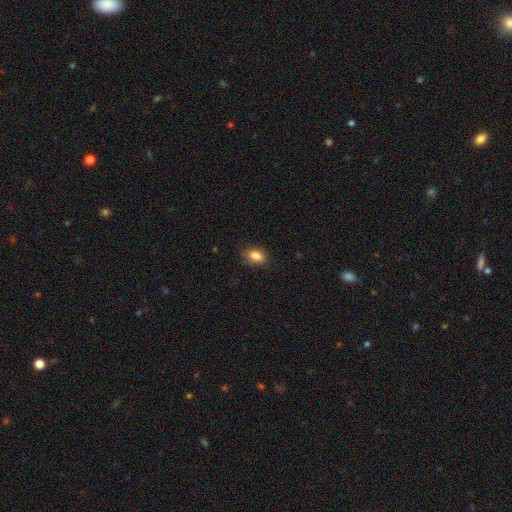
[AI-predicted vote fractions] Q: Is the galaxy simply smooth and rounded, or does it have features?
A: smooth — 85%.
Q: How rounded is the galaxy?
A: in between — 83%.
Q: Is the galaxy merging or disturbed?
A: none — 81%.